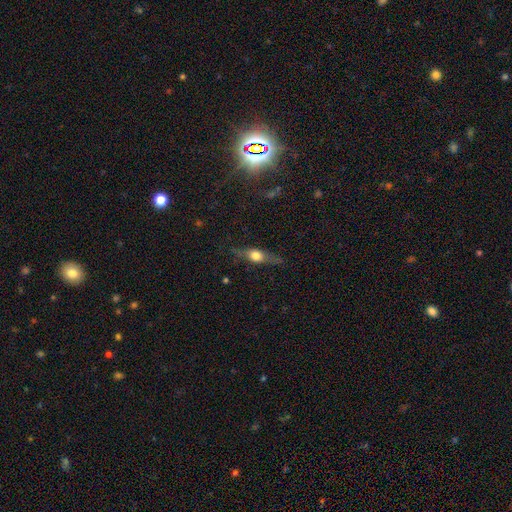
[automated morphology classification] Overall: featured or disk (53%; smooth 39%). Edge-on disk: yes (90%). Merging: none (78%).